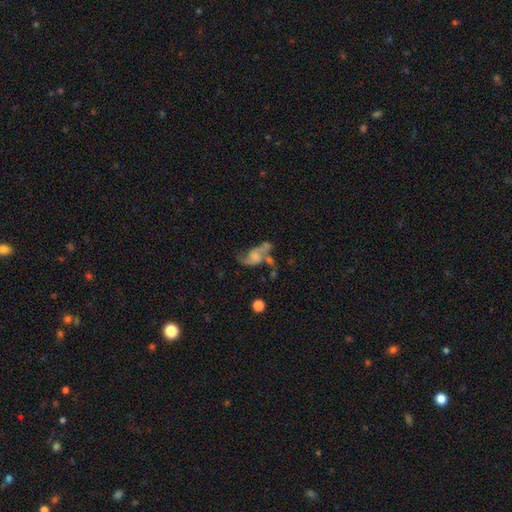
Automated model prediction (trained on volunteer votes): smooth-or-featured: featured or disk: 57% | smooth: 31% | star or artifact: 12%
  disk-edge-on: no: 95% | yes: 5%
    bar: no: 70% | weak: 24% | strong: 6%
    has-spiral-arms: yes: 67% | no: 33%
    bulge-size: none: 54% | small: 18% | moderate: 16% | large: 10% | dominant: 3%
  merging: major disturbance: 31% | none: 28% | merger: 24% | minor disturbance: 17%